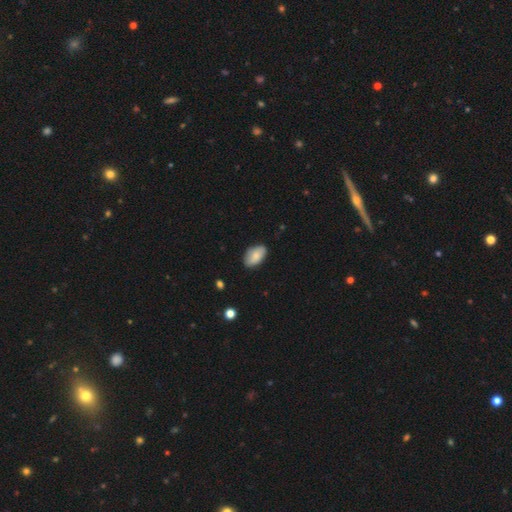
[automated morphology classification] Smooth or featured? Predicted: smooth (p=0.79). How rounded? Predicted: in between (p=0.93). Merging? Predicted: none (p=0.80).